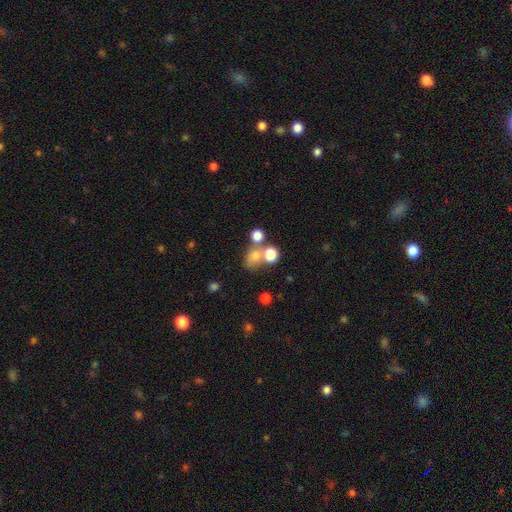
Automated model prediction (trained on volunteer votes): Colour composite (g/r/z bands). It shows a smooth galaxy with no disk features (71%) that is round (63%). Merging: none (45%).